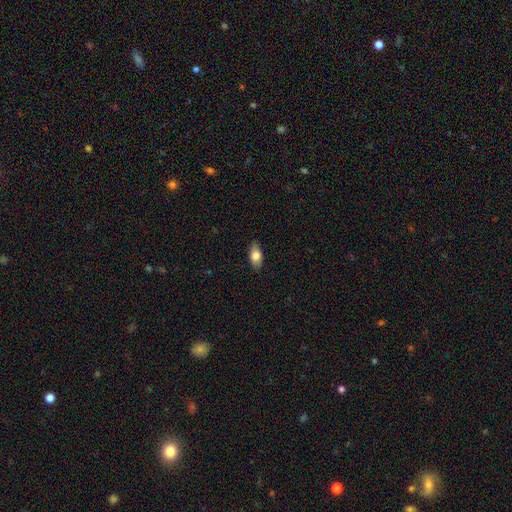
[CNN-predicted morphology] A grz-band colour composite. It shows a smooth galaxy with no disk features (79%) that is in between round and cigar-shaped (88%). Merging: none (85%).